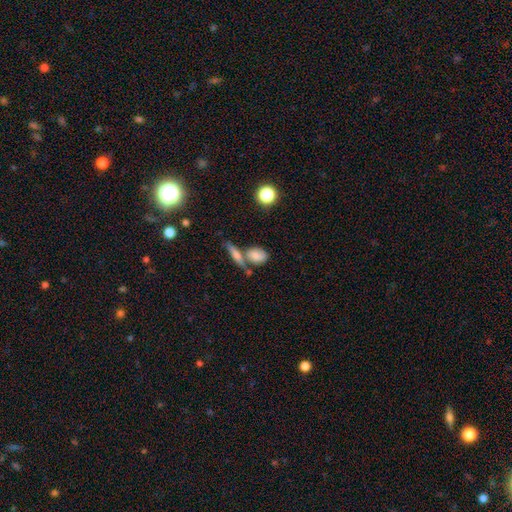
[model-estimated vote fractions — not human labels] smooth_or_featured: smooth (p=0.73) [alt: featured or disk p=0.17]
how_rounded: in between (p=0.65) [alt: round p=0.27]
merging: none (p=0.46) [alt: merger p=0.35]